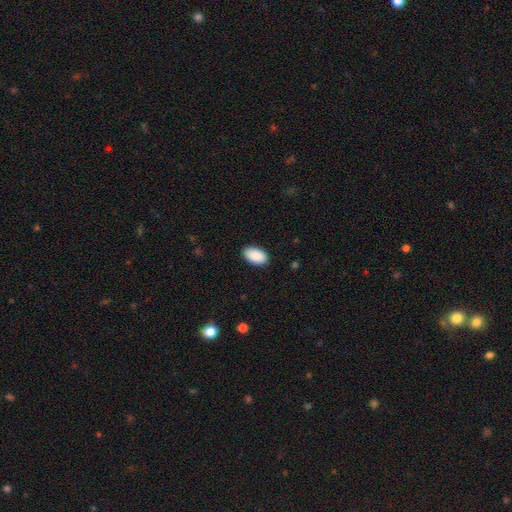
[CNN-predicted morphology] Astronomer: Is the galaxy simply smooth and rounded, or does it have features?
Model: smooth — 91%.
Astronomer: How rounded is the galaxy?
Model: in between — 95%.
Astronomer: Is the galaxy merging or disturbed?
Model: none — 88%.